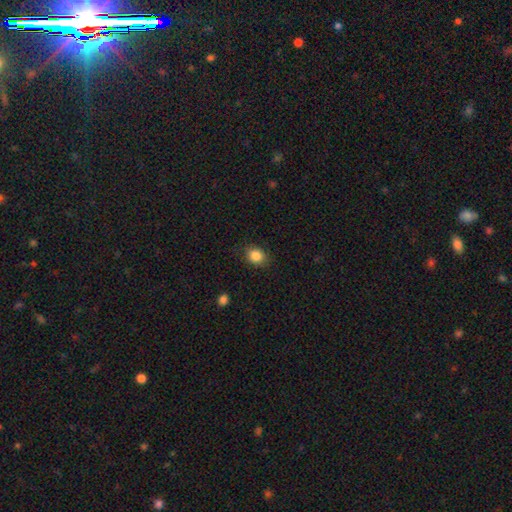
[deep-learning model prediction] A smooth galaxy with no disk features (86%) that is round (55%). Merging: none (85%).